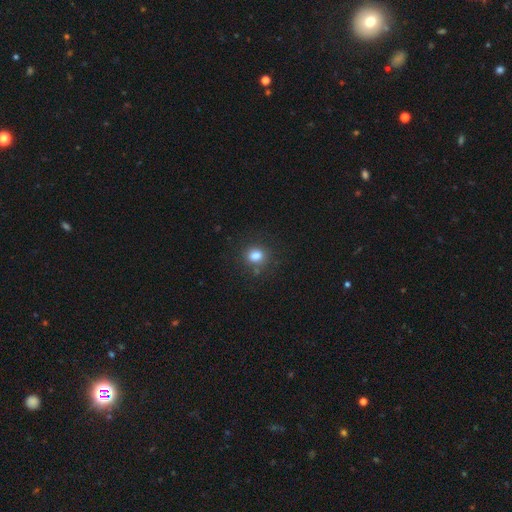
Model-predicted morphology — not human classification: Smooth or featured? Predicted: smooth (p=0.82). How rounded? Predicted: round (p=0.64). Merging? Predicted: none (p=0.80).